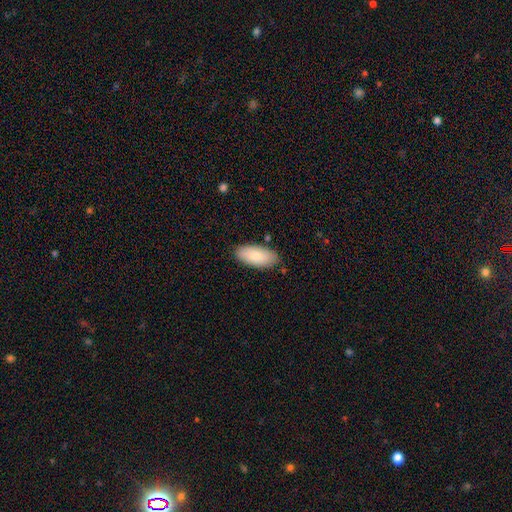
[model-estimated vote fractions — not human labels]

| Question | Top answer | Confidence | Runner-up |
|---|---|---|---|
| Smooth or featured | smooth | 82% | featured or disk (12%) |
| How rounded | in between | 92% | cigar-shaped (6%) |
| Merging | none | 84% | minor disturbance (12%) |